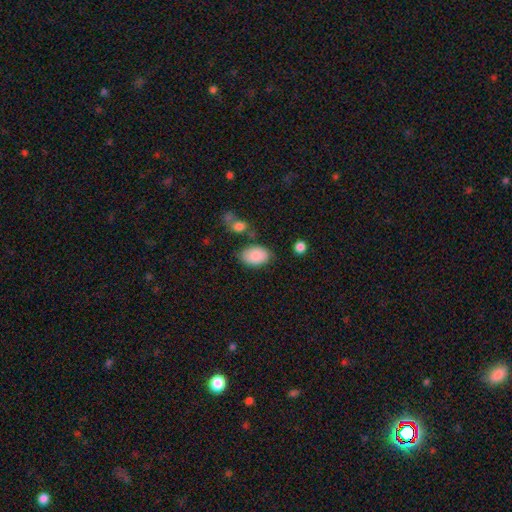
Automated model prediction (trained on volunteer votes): Smooth or featured?
  - smooth: 87% *
  - star or artifact: 7%
  - featured or disk: 6%
How rounded?
  - in between: 89% *
  - round: 10%
  - cigar-shaped: 1%
Merging?
  - none: 72% *
  - minor disturbance: 18%
  - merger: 5%
  - major disturbance: 5%